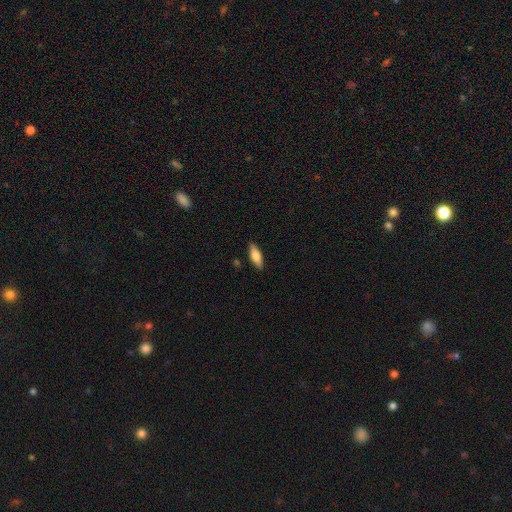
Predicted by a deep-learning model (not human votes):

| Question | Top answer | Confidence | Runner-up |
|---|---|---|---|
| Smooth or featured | smooth | 72% | featured or disk (22%) |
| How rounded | in between | 58% | cigar-shaped (40%) |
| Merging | none | 88% | minor disturbance (9%) |